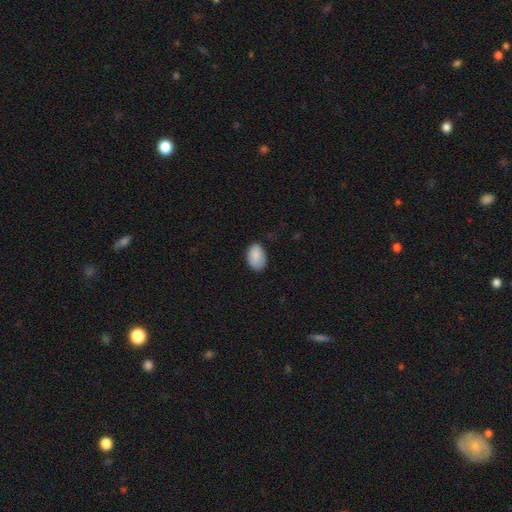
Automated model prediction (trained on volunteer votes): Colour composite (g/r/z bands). It shows a smooth galaxy with no disk features (88%) that is in between round and cigar-shaped (90%). Merging: none (75%).